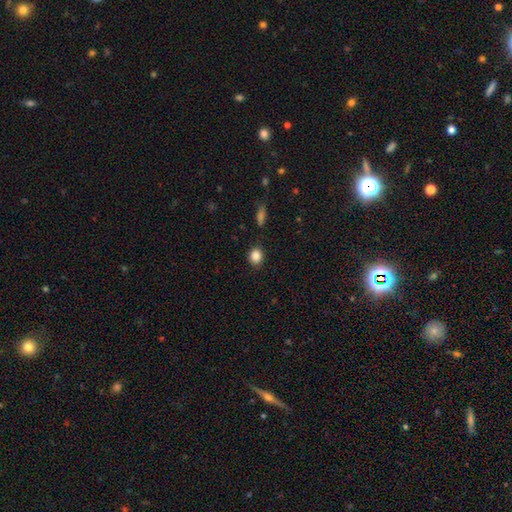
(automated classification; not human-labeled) This is clearly a smooth galaxy (86%). How rounded: likely round (66%). Merging: clearly none (85%).